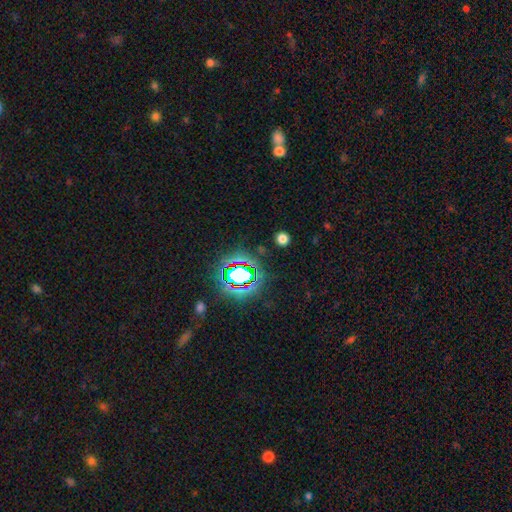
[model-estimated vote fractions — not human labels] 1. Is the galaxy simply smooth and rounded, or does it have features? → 77% star or artifact, 13% smooth, 9% featured or disk.